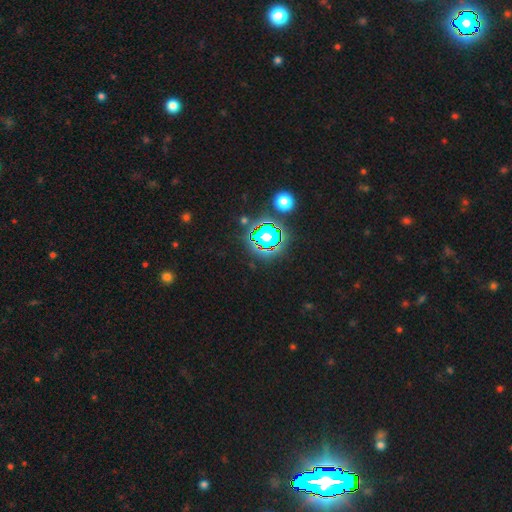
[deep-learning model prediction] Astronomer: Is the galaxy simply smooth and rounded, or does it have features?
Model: star or artifact — 83%.